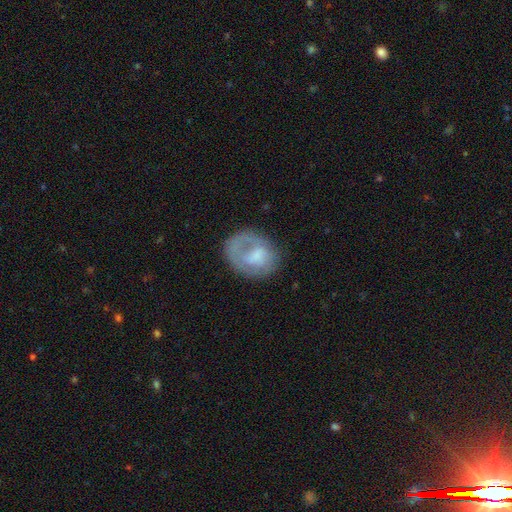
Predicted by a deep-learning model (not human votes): Morphology: type=smooth (47%); merging=none (53%).